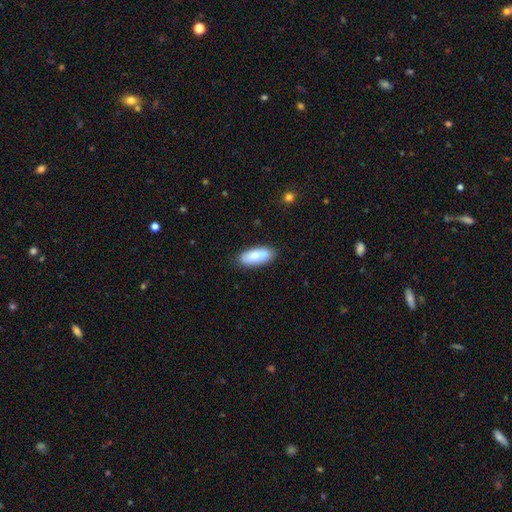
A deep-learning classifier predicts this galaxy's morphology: Smooth or featured?
  - smooth: 77% *
  - featured or disk: 17%
  - star or artifact: 6%
How rounded?
  - in between: 84% *
  - cigar-shaped: 14%
  - round: 2%
Merging?
  - none: 77% *
  - minor disturbance: 14%
  - merger: 6%
  - major disturbance: 3%